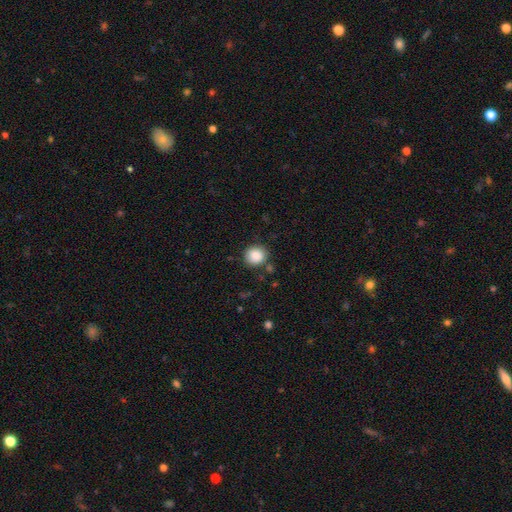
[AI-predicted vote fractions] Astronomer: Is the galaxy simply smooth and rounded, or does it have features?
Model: smooth — 87%.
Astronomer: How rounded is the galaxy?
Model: round — 81%.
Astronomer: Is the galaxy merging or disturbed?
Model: none — 83%.